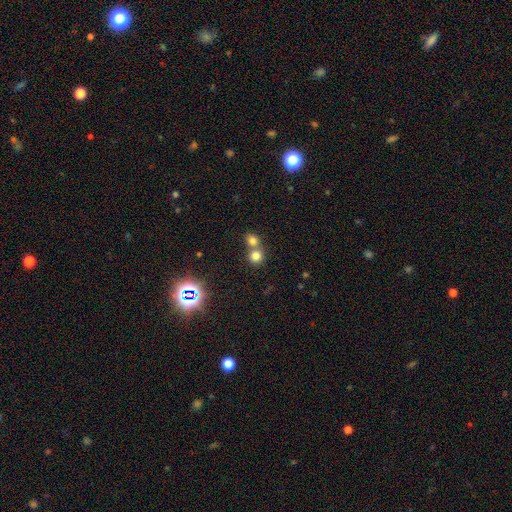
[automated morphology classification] Smooth or featured? smooth (75%)
How rounded? round (86%)
Merging? merger (48%)